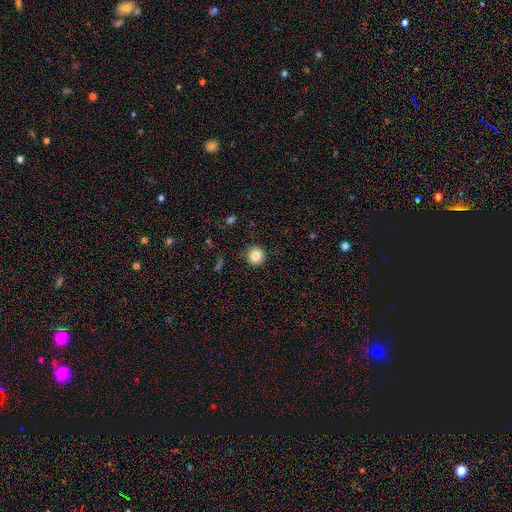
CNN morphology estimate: The model was most divided on "smooth or featured": smooth: 84%, star or artifact: 10%, featured or disk: 6%. More confident: how rounded — round (95%); merging — none (91%).